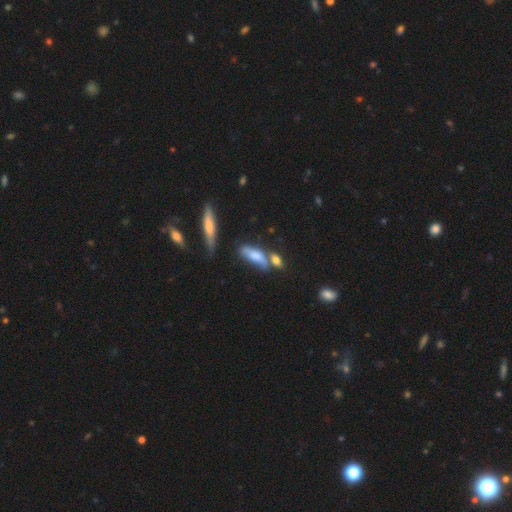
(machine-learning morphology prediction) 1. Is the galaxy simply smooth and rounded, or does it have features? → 66% smooth, 24% featured or disk, 10% star or artifact.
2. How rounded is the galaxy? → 59% in between, 37% cigar-shaped, 3% round.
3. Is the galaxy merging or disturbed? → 37% none, 36% merger, 17% minor disturbance, 9% major disturbance.